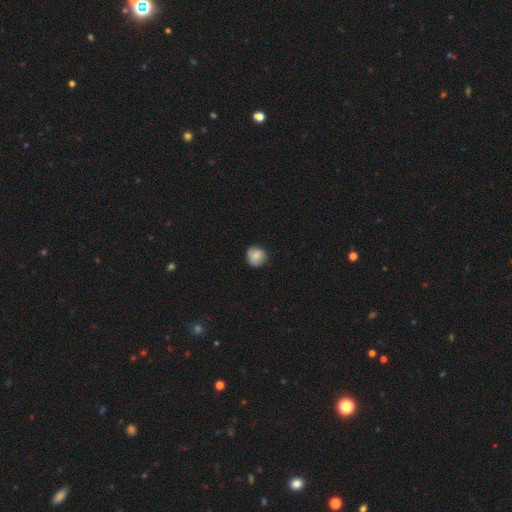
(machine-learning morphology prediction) Smooth or featured? smooth (80%)
How rounded? round (89%)
Merging? none (77%)